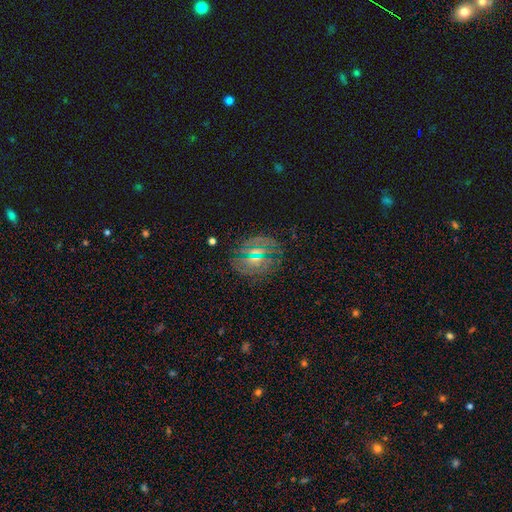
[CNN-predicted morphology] type=star or artifact (37%).